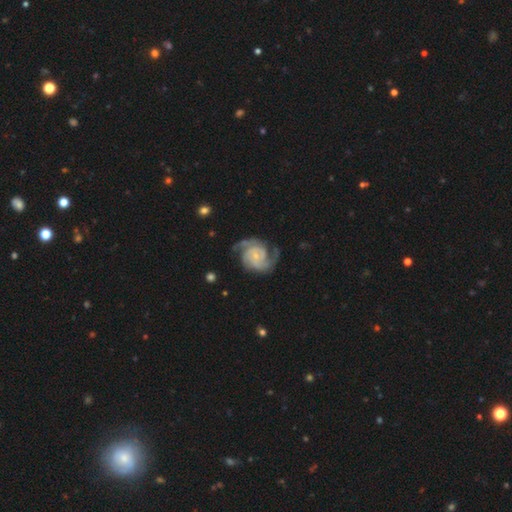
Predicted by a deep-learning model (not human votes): Smooth or featured: featured or disk — 88% (smooth — 7%)
Edge-on disk: no — 98% (yes — 2%)
Bar: no — 63% (weak — 30%)
Spiral arms: yes — 97% (no — 3%)
Spiral winding: medium — 47% (tight — 38%)
Spiral arm count: 2 — 69% (3 — 13%)
Bulge size: small — 75% (moderate — 15%)
Merging: none — 68% (minor disturbance — 18%)